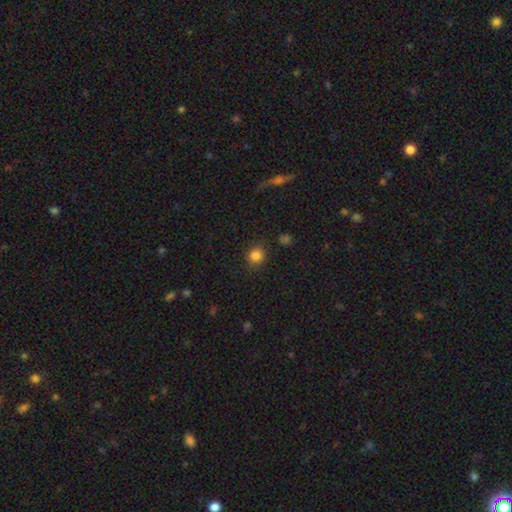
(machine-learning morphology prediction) type=smooth (84%); roundness=round (88%); merging=none (86%).